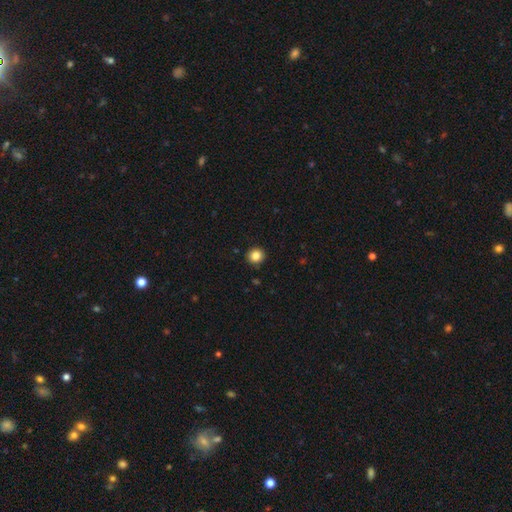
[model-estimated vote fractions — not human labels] Q: Smooth or featured?
A: smooth (85%); runner-up: star or artifact (11%)
Q: How rounded?
A: round (93%); runner-up: in between (6%)
Q: Merging?
A: none (92%); runner-up: minor disturbance (5%)